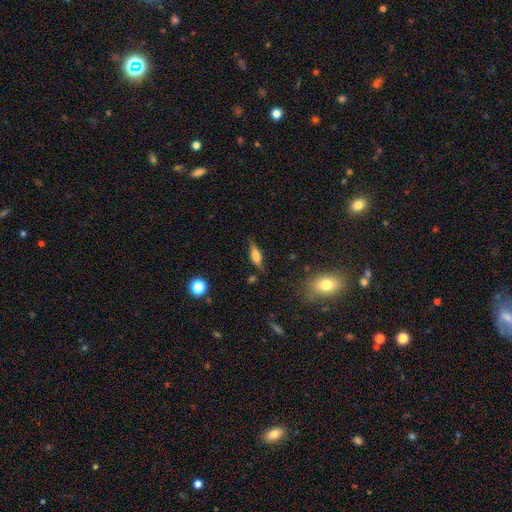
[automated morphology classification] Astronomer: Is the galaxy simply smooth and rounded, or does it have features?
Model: smooth — 60%.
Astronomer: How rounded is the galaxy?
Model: in between — 53% (runner-up: cigar-shaped, 43%).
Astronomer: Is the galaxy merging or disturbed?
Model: none — 76%.